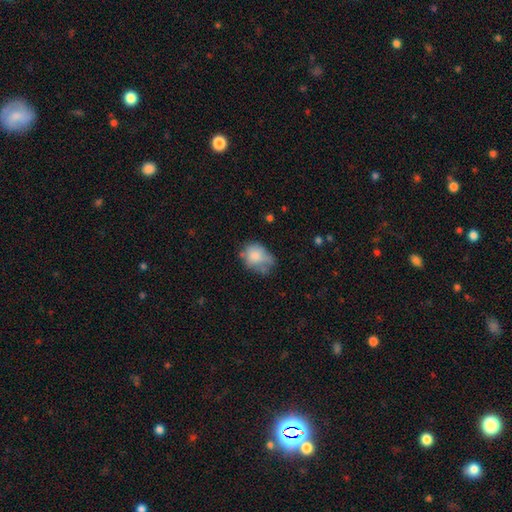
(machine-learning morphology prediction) A smooth galaxy with no disk features (72%) that is in between round and cigar-shaped (57%).

Vote fractions:
- Smooth or featured? smooth: 72% / featured or disk: 18% / star or artifact: 10%
- How rounded? in between: 57% / round: 42% / cigar-shaped: 1%
- Merging? none: 37% / minor disturbance: 36% / major disturbance: 20% / merger: 7%